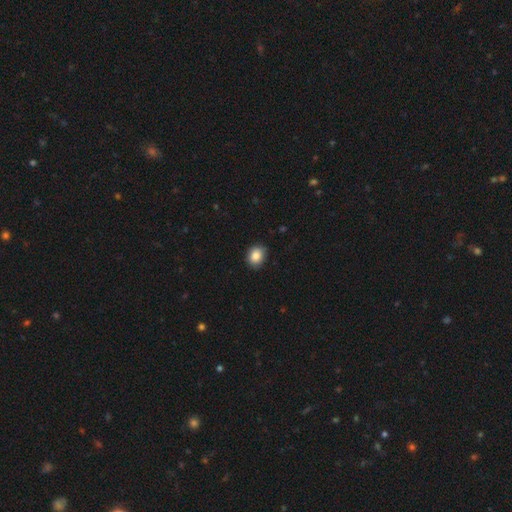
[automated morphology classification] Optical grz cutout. It shows a smooth galaxy with no disk features (86%) that is round (54%). Merging: none (85%).